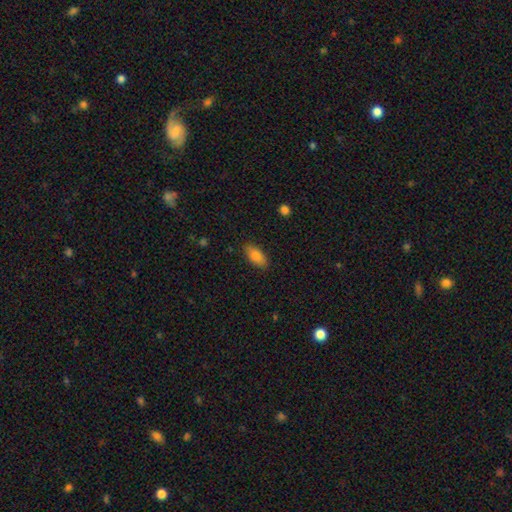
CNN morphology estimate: A smooth galaxy with no disk features (84%) that is in between round and cigar-shaped (89%).

Vote fractions:
- Smooth or featured? smooth: 84% / featured or disk: 8% / star or artifact: 7%
- How rounded? in between: 89% / cigar-shaped: 9% / round: 3%
- Merging? none: 87% / minor disturbance: 10% / major disturbance: 2% / merger: 1%